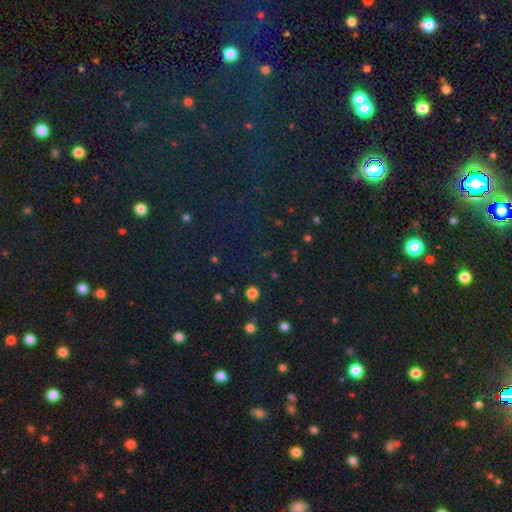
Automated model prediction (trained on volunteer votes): This appears to be a star or artifact, not a galaxy (77%).